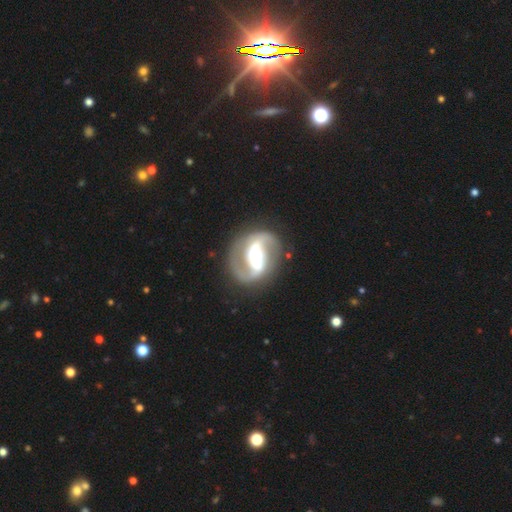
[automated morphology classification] Overall: featured or disk (88%). Edge-on disk: no (97%). Bar: strong (59%; weak 25%). Spiral arms: yes (91%). Spiral arm count: 2 (92%). Spiral winding: medium (52%; loose 27%). Bulge size: moderate (62%). Merging: none (81%).